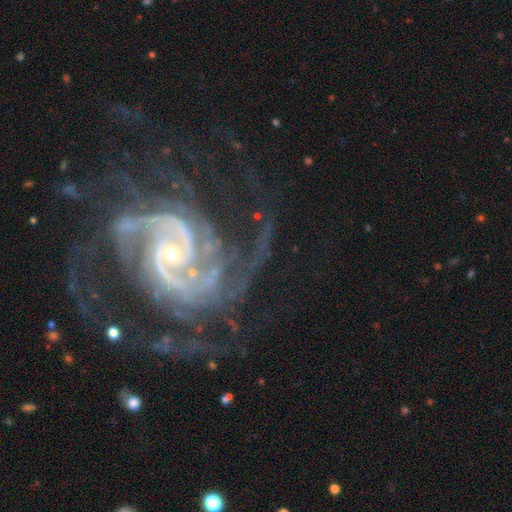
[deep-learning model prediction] featured or disk 92%, star or artifact 5%, smooth 2%. Down the decision tree: edge-on disk — no (98%); bar — no (42%); spiral arms — yes (99%); spiral arm count — 2 (45%); spiral winding — tight (47%); bulge size — small (73%); merging — none (65%).